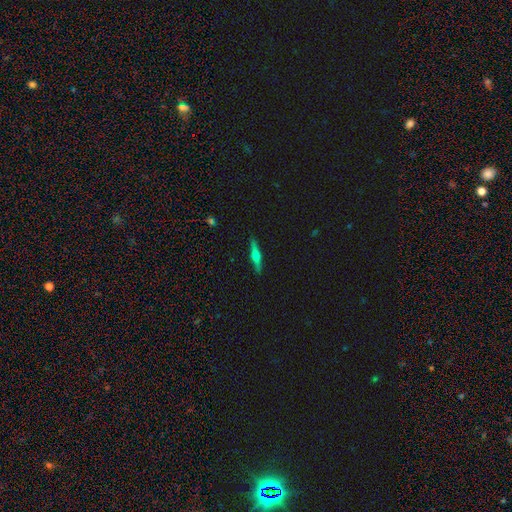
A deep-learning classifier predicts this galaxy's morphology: Smooth or featured: featured or disk — 64% (smooth — 29%)
Edge-on disk: yes — 97% (no — 3%)
Edge-on bulge: rounded — 85% (boxy — 10%)
Merging: none — 90% (minor disturbance — 7%)